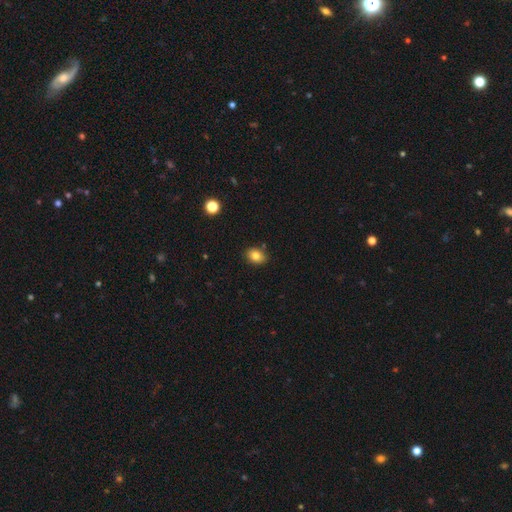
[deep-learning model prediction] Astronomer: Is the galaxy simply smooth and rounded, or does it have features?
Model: smooth — 82%.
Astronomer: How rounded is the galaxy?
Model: in between — 66%.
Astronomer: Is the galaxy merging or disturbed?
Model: none — 84%.